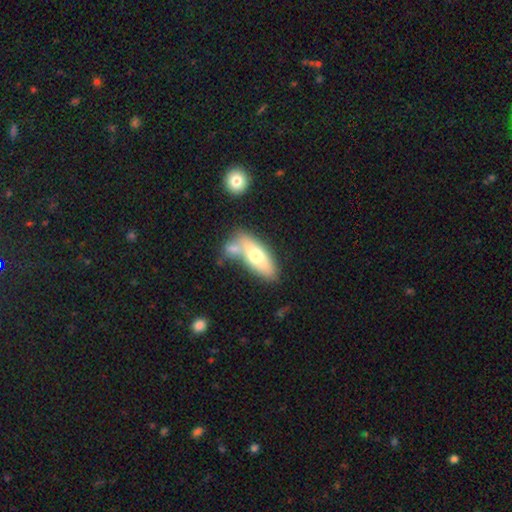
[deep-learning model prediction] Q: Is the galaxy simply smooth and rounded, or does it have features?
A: smooth — 63%.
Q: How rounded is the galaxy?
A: in between — 73%.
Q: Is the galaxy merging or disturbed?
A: none — 49%.